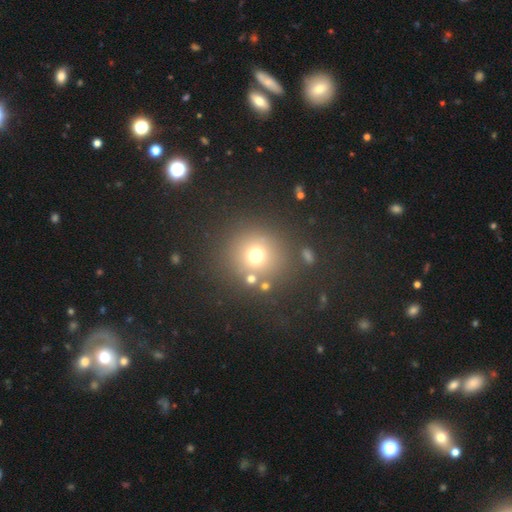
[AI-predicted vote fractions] A smooth galaxy with no disk features (69%) that is round (92%).

Vote fractions:
- Smooth or featured? smooth: 69% / star or artifact: 20% / featured or disk: 11%
- How rounded? round: 92% / in between: 7% / cigar-shaped: 1%
- Merging? none: 79% / minor disturbance: 9% / merger: 7% / major disturbance: 5%